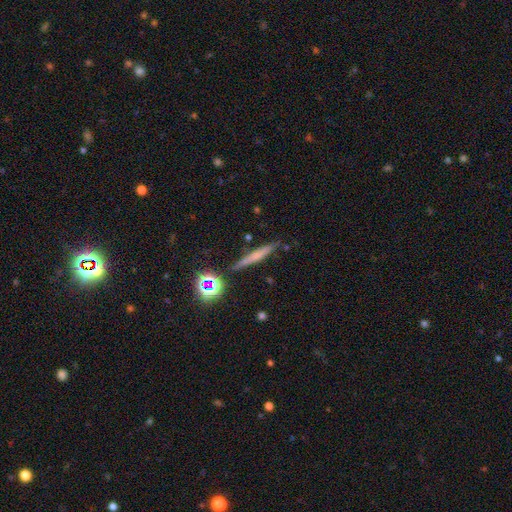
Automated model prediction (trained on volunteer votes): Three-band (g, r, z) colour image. It shows a smooth galaxy with no disk features (49%). Merging: none (85%).